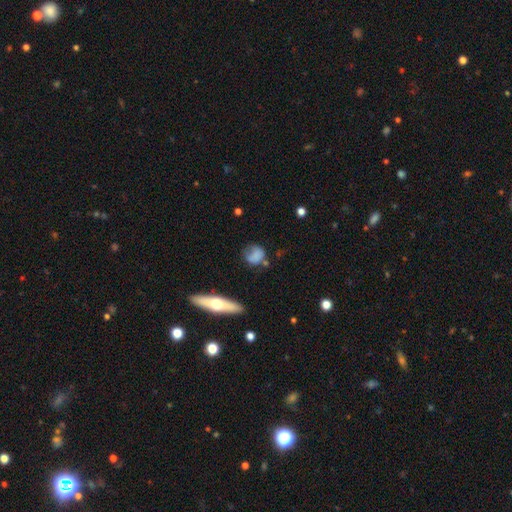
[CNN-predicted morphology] Overall: smooth (69%). How rounded: round (59%; in between 36%). Merging: none (51%; minor disturbance 28%).